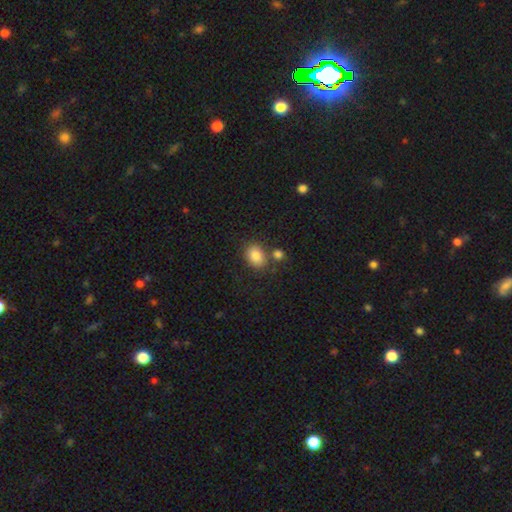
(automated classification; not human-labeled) Q: Smooth or featured?
A: smooth (84%); runner-up: star or artifact (9%)
Q: How rounded?
A: in between (72%); runner-up: round (27%)
Q: Merging?
A: none (66%); runner-up: merger (16%)